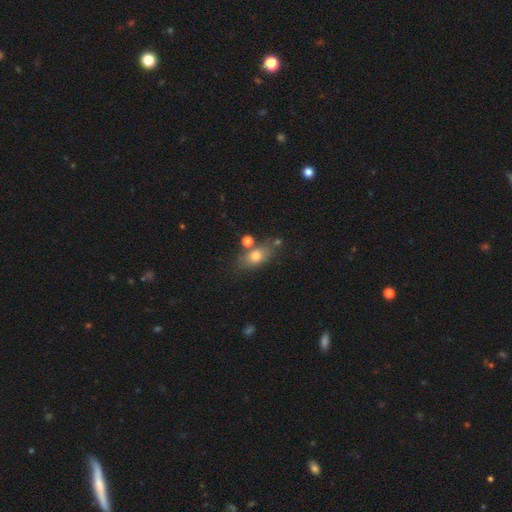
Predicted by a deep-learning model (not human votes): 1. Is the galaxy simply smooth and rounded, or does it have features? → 71% smooth, 19% featured or disk, 10% star or artifact.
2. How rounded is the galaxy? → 74% in between, 19% round, 7% cigar-shaped.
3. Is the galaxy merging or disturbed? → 62% none, 16% minor disturbance, 15% merger, 6% major disturbance.